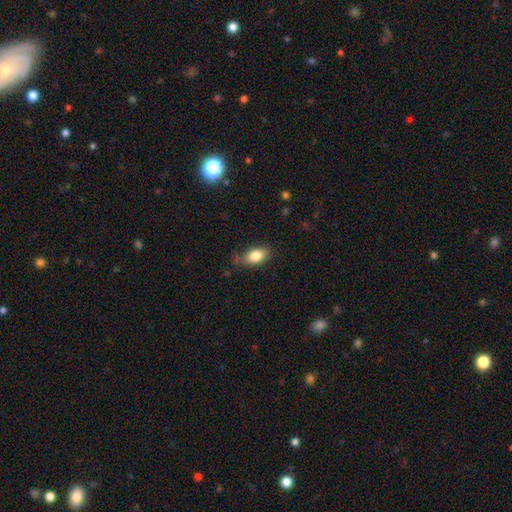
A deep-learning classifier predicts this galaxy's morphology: smooth-or-featured: smooth: 83% | featured or disk: 10% | star or artifact: 8%
  how-rounded: in between: 88% | round: 8% | cigar-shaped: 4%
  merging: none: 69% | minor disturbance: 23% | major disturbance: 6% | merger: 2%